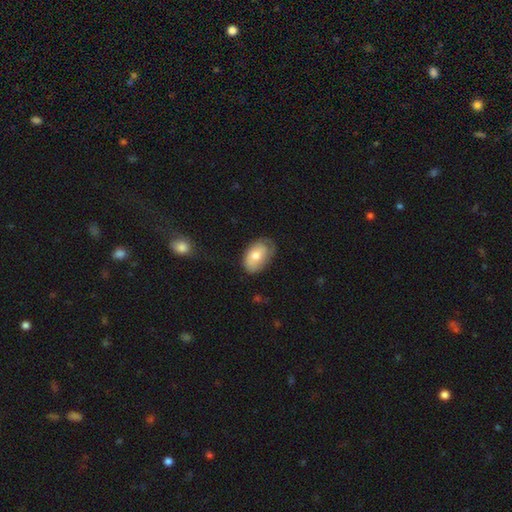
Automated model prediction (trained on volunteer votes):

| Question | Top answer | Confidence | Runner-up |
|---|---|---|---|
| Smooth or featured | smooth | 66% | featured or disk (28%) |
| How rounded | in between | 90% | round (9%) |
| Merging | none | 60% | minor disturbance (29%) |